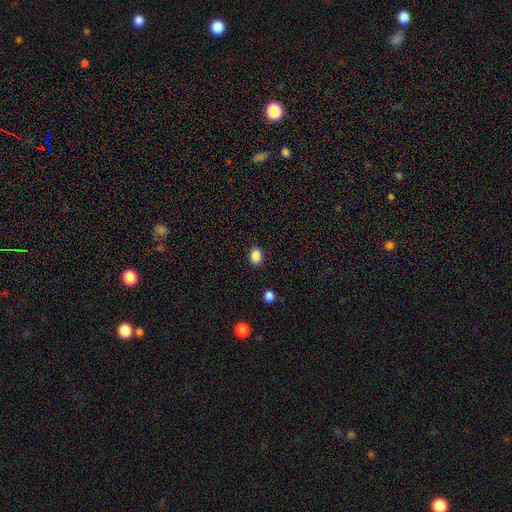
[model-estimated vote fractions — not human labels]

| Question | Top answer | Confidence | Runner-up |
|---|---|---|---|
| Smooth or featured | smooth | 87% | star or artifact (10%) |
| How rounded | in between | 60% | round (39%) |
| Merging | none | 87% | minor disturbance (9%) |